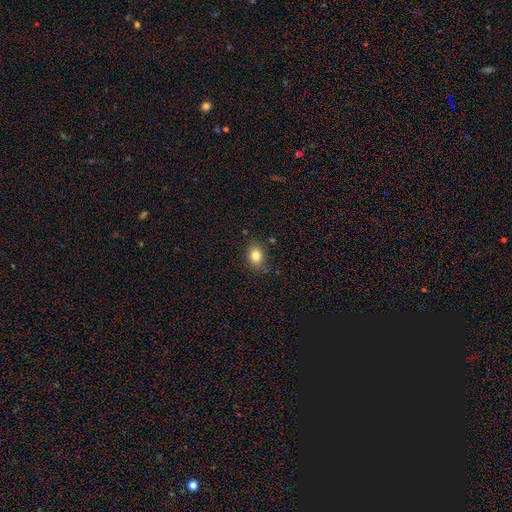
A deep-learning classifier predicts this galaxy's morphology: This appears to be a smooth galaxy with no disk features (81%) that is in between round and cigar-shaped (59%). Merging: none (82%).